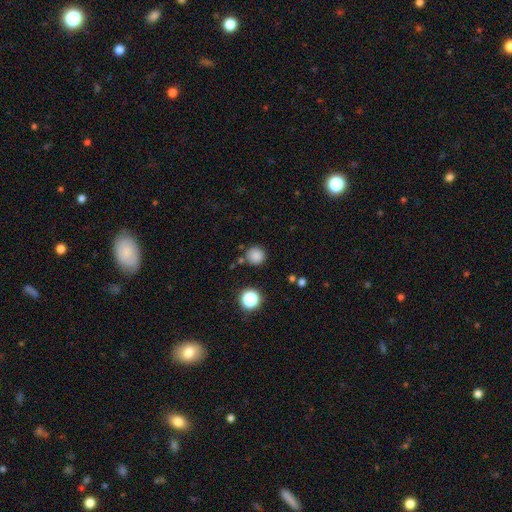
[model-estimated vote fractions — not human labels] Smooth or featured?
  - smooth: 83% *
  - star or artifact: 13%
  - featured or disk: 4%
How rounded?
  - round: 93% *
  - in between: 6%
  - cigar-shaped: 1%
Merging?
  - none: 83% *
  - minor disturbance: 9%
  - merger: 5%
  - major disturbance: 3%